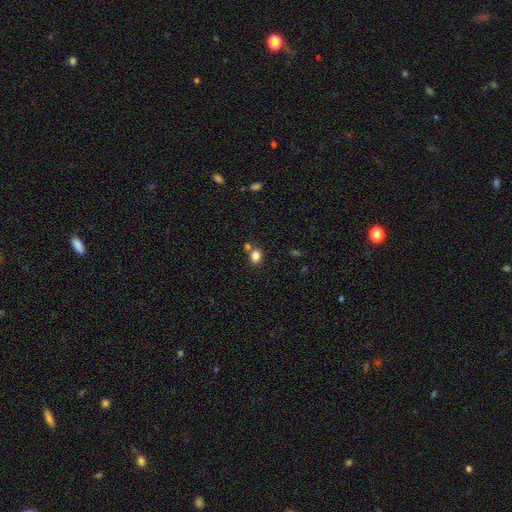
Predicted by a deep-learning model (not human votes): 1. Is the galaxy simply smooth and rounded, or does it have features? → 83% smooth, 12% star or artifact, 5% featured or disk.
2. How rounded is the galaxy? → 59% round, 40% in between, 1% cigar-shaped.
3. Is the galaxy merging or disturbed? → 67% none, 20% merger, 10% minor disturbance, 3% major disturbance.